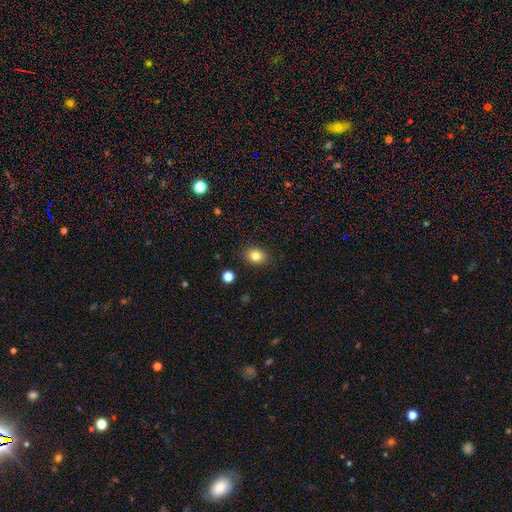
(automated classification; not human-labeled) Smooth or featured? Predicted: smooth (p=0.82). How rounded? Predicted: in between (p=0.57). Merging? Predicted: none (p=0.86).